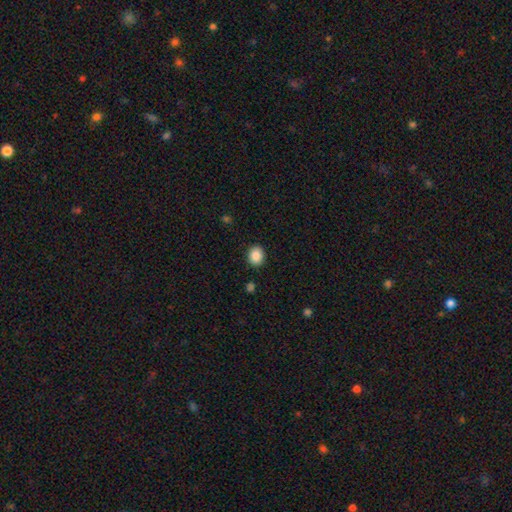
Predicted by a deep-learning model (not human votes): Morphology: type=smooth (88%); roundness=round (55%); merging=none (89%).